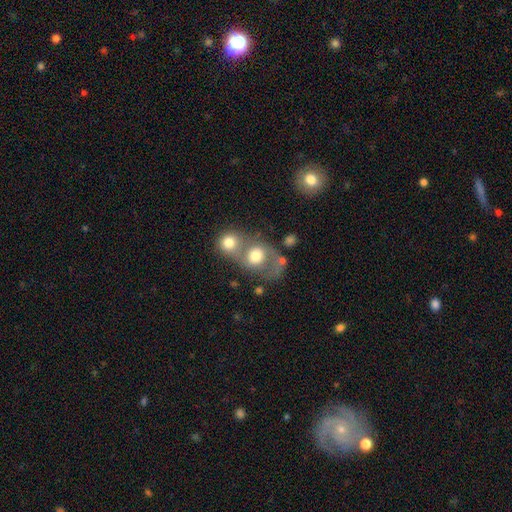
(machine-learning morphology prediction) type=smooth (53%); roundness=round (62%); merging=merger (57%).